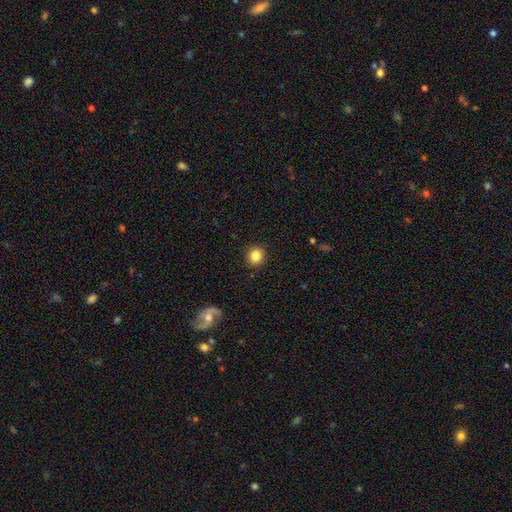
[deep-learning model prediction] Morphology: type=smooth (83%); roundness=round (91%); merging=none (92%).